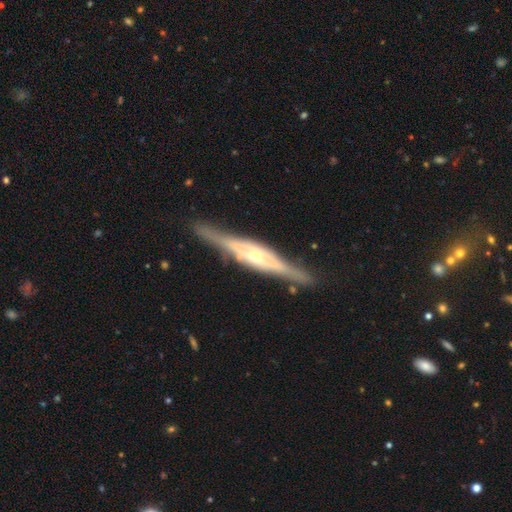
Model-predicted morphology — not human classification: smooth-or-featured: featured or disk: 84% | smooth: 11% | star or artifact: 5%
  disk-edge-on: yes: 95% | no: 5%
    edge-on-bulge: rounded: 61% | boxy: 34% | none: 5%
  merging: none: 83% | minor disturbance: 12% | major disturbance: 3% | merger: 2%